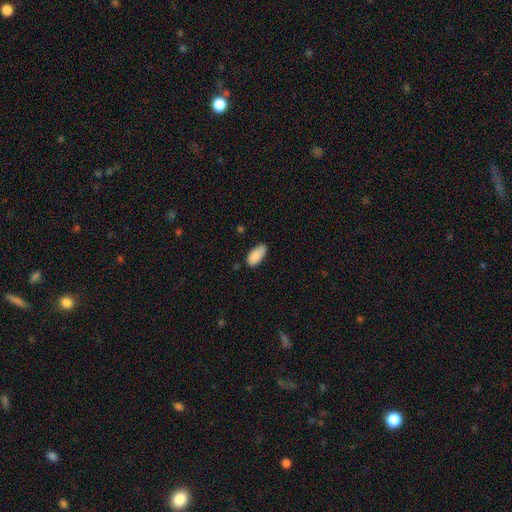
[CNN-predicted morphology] smooth_or_featured: smooth (p=0.88) [alt: star or artifact p=0.07]
how_rounded: in between (p=0.91) [alt: cigar-shaped p=0.07]
merging: none (p=0.73) [alt: minor disturbance p=0.22]